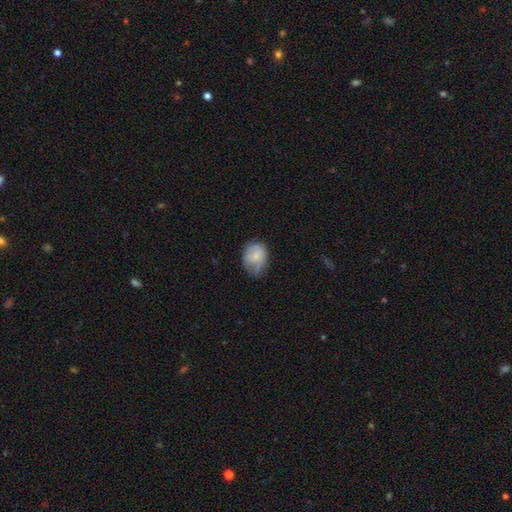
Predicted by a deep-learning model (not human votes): Smooth or featured: smooth — 61% (featured or disk — 32%)
How rounded: in between — 56% (round — 43%)
Merging: none — 48% (minor disturbance — 36%)